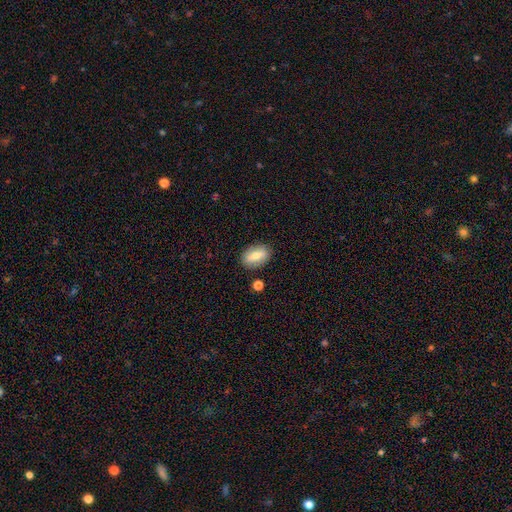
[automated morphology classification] Smooth or featured? smooth (62%)
How rounded? in between (86%)
Merging? none (85%)